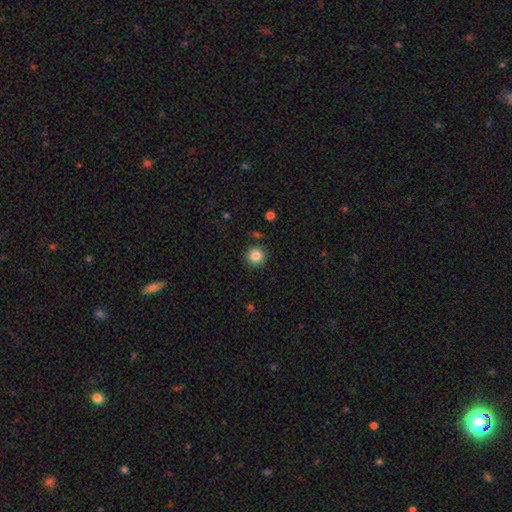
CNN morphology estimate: Smooth or featured?
  - smooth: 85% *
  - star or artifact: 10%
  - featured or disk: 5%
How rounded?
  - round: 95% *
  - in between: 4%
  - cigar-shaped: 1%
Merging?
  - none: 89% *
  - minor disturbance: 7%
  - merger: 2%
  - major disturbance: 2%